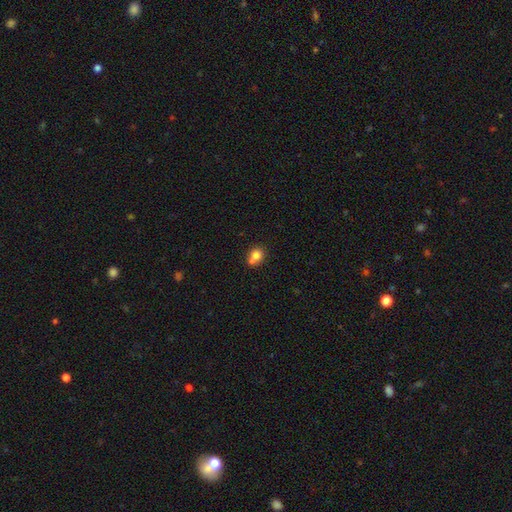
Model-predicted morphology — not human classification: smooth 77%, featured or disk 12%, star or artifact 11%. Down the decision tree: how rounded — round (79%); merging — none (44%, tied with merger).